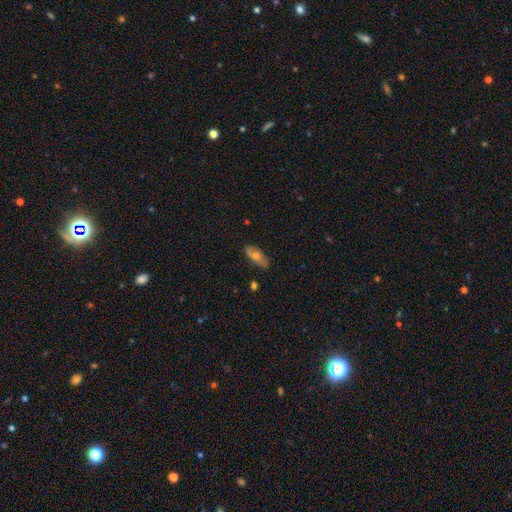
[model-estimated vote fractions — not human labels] Q: Smooth or featured?
A: smooth (51%); runner-up: featured or disk (41%)
Q: How rounded?
A: in between (70%); runner-up: cigar-shaped (26%)
Q: Merging?
A: none (81%); runner-up: minor disturbance (15%)